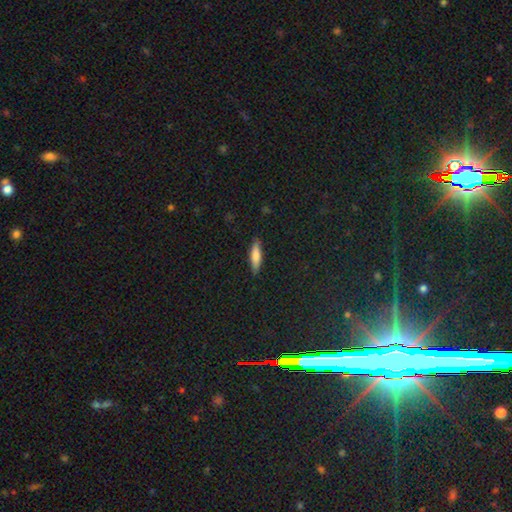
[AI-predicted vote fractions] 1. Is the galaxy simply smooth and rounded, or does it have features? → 71% smooth, 23% featured or disk, 6% star or artifact.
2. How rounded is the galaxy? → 70% cigar-shaped, 28% in between, 2% round.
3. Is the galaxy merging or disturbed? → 88% none, 9% minor disturbance, 2% major disturbance, 1% merger.